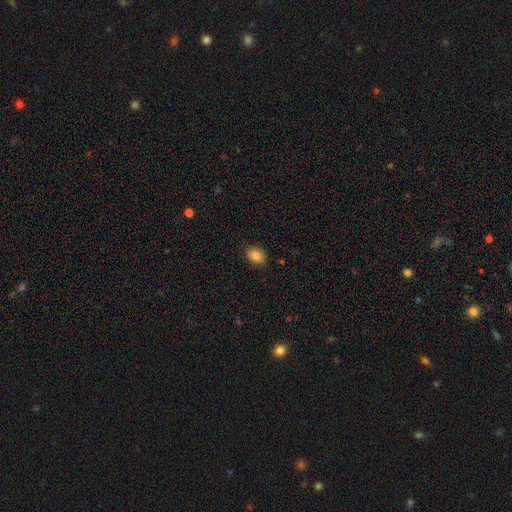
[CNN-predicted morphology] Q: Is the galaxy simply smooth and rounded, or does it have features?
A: smooth — 83%.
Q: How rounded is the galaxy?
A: in between — 56%.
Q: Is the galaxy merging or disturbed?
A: none — 88%.